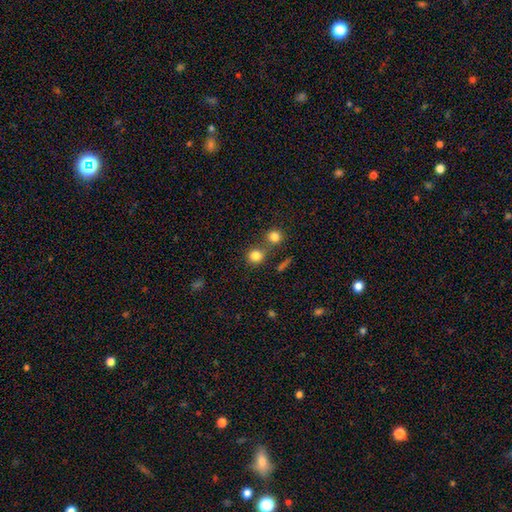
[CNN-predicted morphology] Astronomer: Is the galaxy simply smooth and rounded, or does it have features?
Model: smooth — 82%.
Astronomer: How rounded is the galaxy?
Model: round — 86%.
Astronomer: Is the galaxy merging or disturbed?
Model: none — 64%.